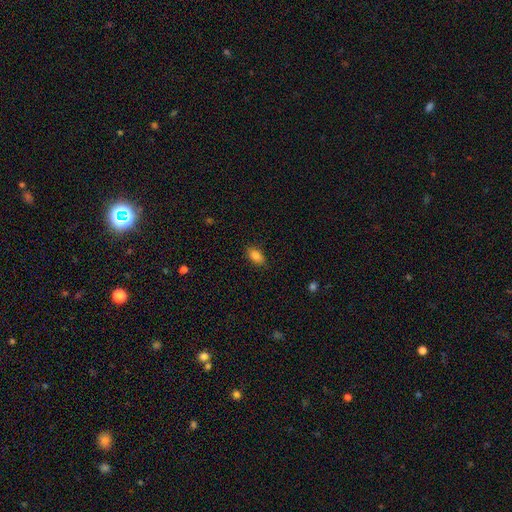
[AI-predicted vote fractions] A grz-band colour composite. It shows a smooth galaxy with no disk features (85%) that is in between round and cigar-shaped (90%). Merging: none (87%).